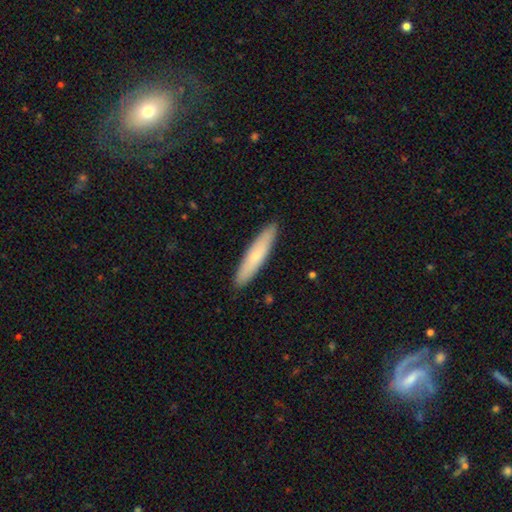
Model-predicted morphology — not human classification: Smooth or featured?
  - smooth: 68% *
  - featured or disk: 26%
  - star or artifact: 6%
How rounded?
  - cigar-shaped: 88% *
  - in between: 11%
  - round: 1%
Merging?
  - none: 90% *
  - minor disturbance: 7%
  - major disturbance: 1%
  - merger: 1%